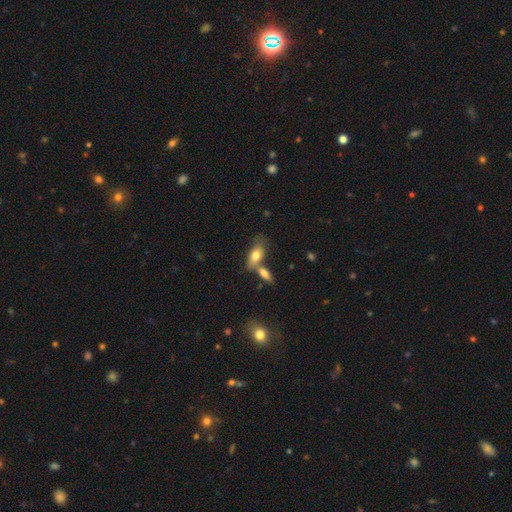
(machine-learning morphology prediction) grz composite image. It shows a smooth galaxy with no disk features (76%) that is in between round and cigar-shaped (85%). Merging: none (47%).